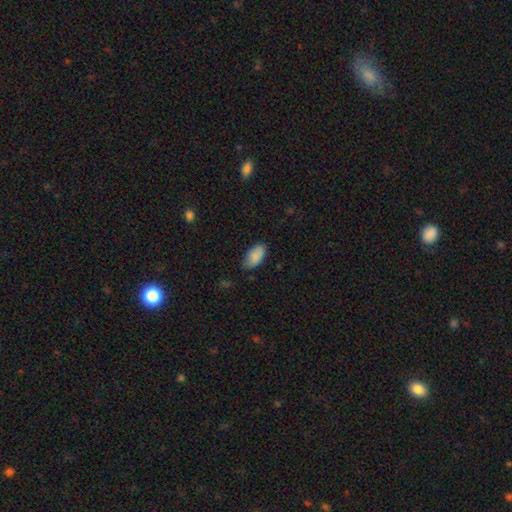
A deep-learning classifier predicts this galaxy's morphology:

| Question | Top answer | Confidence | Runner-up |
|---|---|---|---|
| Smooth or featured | smooth | 88% | star or artifact (6%) |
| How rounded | in between | 94% | cigar-shaped (3%) |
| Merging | none | 75% | minor disturbance (20%) |